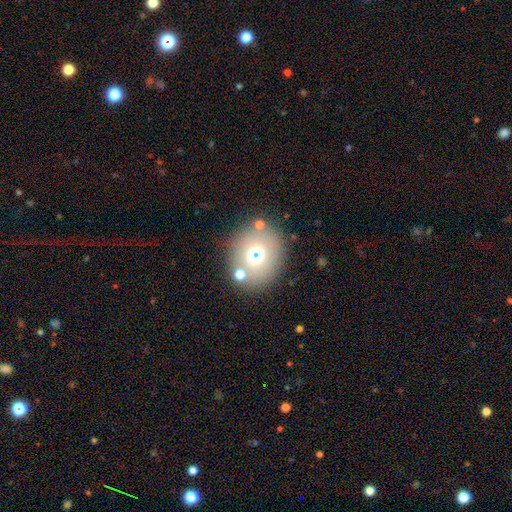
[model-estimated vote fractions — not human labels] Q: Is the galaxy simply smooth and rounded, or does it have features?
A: smooth — 60%.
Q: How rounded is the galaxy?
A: round — 70%.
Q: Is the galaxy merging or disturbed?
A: none — 73%.